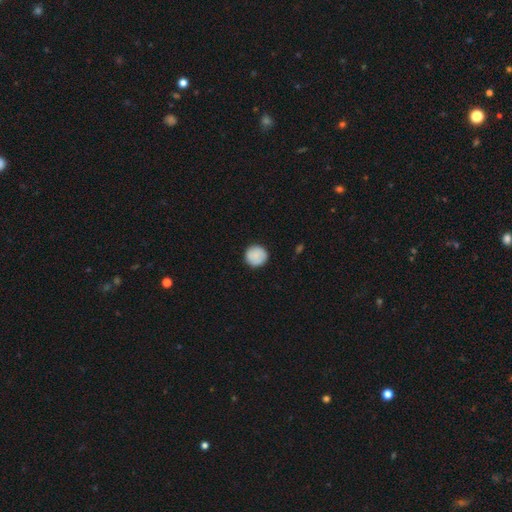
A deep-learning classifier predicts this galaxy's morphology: Smooth or featured? Predicted: smooth (p=0.88). How rounded? Predicted: round (p=0.94). Merging? Predicted: none (p=0.88).